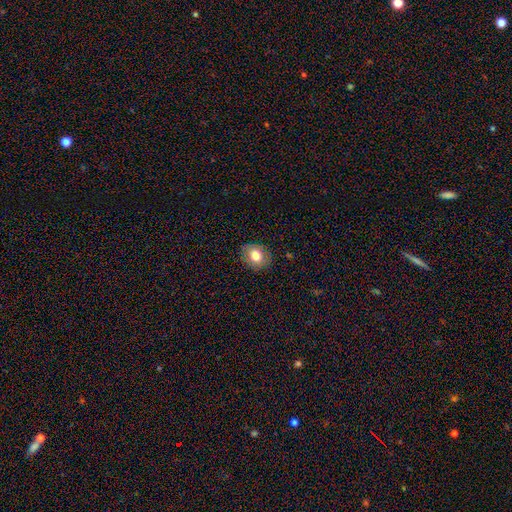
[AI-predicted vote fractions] smooth_or_featured: smooth (p=0.76) [alt: featured or disk p=0.14]
how_rounded: round (p=0.50) [alt: in between p=0.49]
merging: none (p=0.85) [alt: minor disturbance p=0.11]